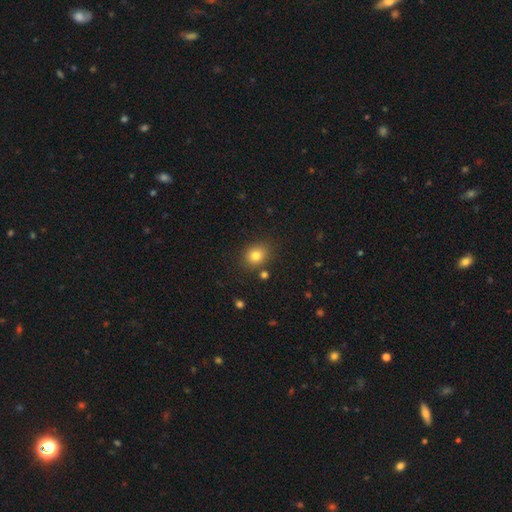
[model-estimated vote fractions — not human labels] Smooth or featured: smooth — 80% (star or artifact — 12%)
How rounded: round — 60% (in between — 39%)
Merging: none — 80% (minor disturbance — 12%)